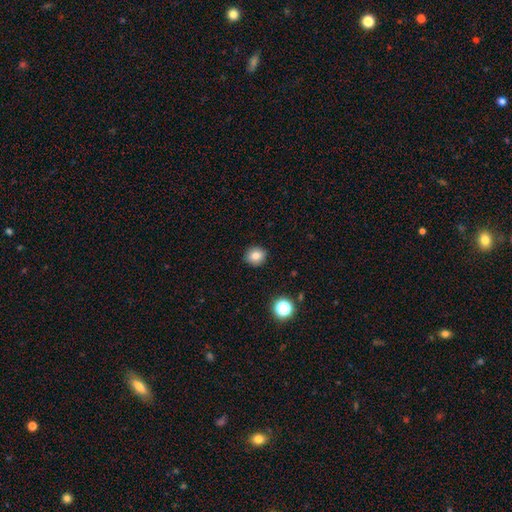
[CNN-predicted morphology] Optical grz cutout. It shows a smooth galaxy with no disk features (81%) that is round (88%). Merging: none (91%).